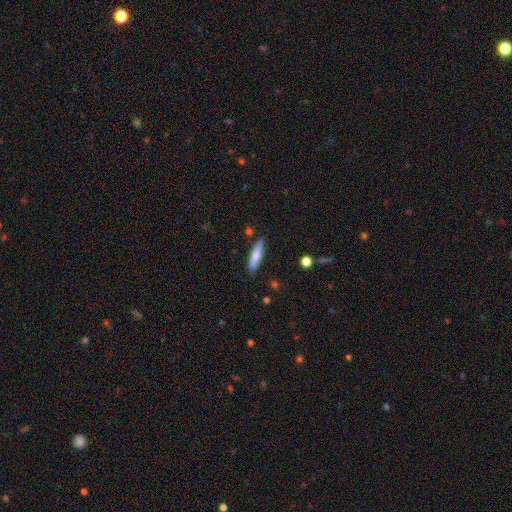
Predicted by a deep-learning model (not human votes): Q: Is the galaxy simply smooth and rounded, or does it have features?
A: smooth — 73%.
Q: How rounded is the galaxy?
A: cigar-shaped — 73%.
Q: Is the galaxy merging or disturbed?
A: none — 82%.